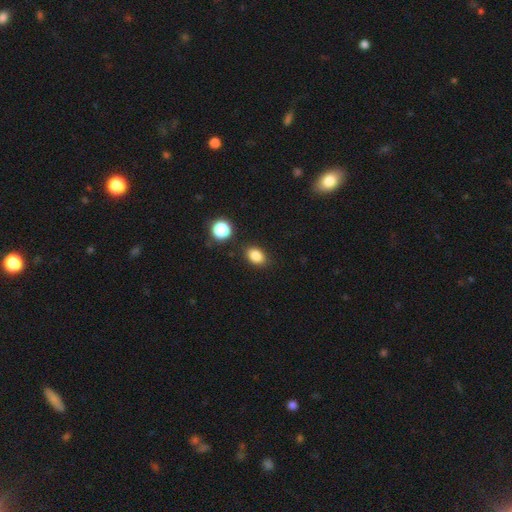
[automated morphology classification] type=smooth (85%); roundness=in between (76%); merging=none (84%).